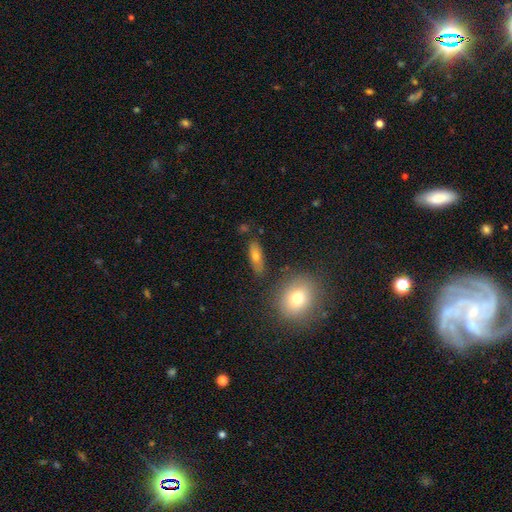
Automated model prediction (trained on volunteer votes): This appears to be a smooth galaxy with no disk features (62%) that is in between round and cigar-shaped (62%). Merging: none (82%).